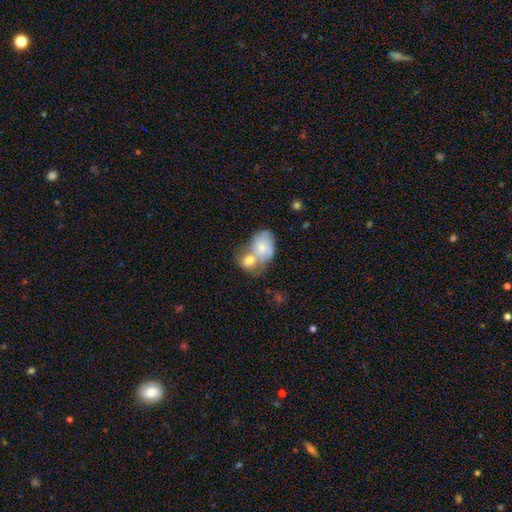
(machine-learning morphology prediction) This appears to be a smooth galaxy with no disk features (52%) that is in between round and cigar-shaped (61%). Merging: merger (62%).